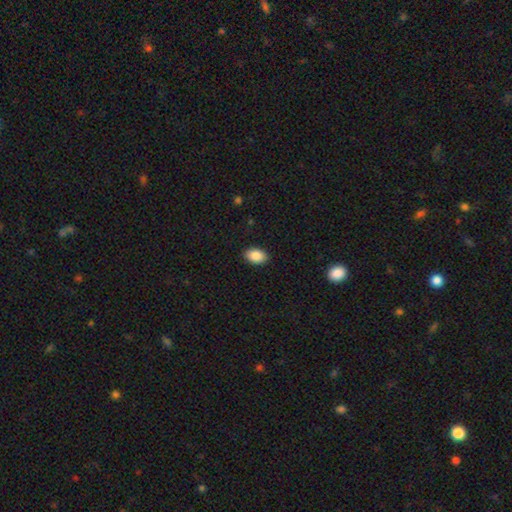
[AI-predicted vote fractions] Smooth or featured? smooth (88%)
How rounded? in between (87%)
Merging? none (89%)